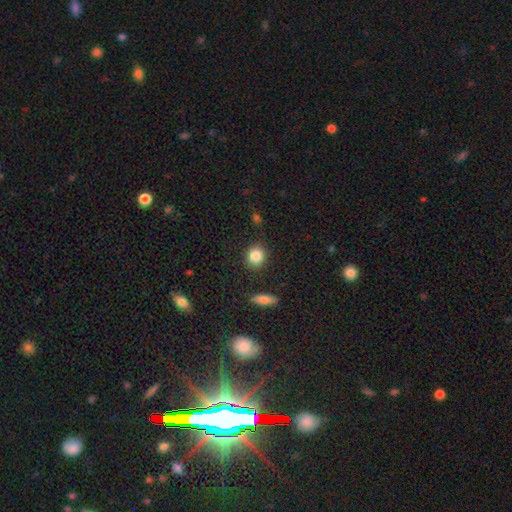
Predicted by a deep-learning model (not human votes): This is clearly a smooth galaxy (87%). How rounded: clearly round (82%). Merging: clearly none (87%).